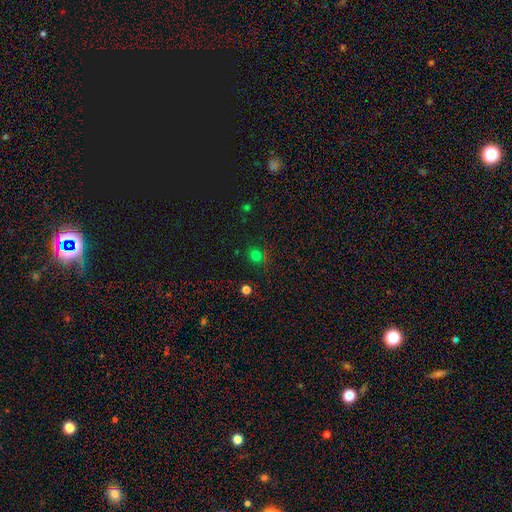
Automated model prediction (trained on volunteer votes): smooth-or-featured: smooth: 68% | star or artifact: 27% | featured or disk: 5%
  how-rounded: round: 85% | in between: 14% | cigar-shaped: 1%
  merging: none: 77% | minor disturbance: 13% | major disturbance: 6% | merger: 5%